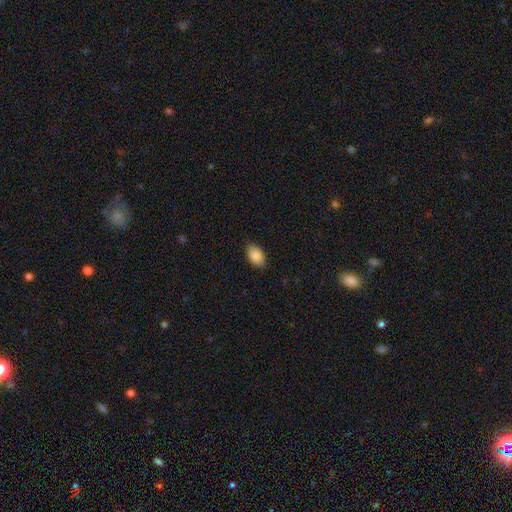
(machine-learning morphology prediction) This appears to be a smooth galaxy with no disk features (89%) that is in between round and cigar-shaped (92%). Merging: none (86%).